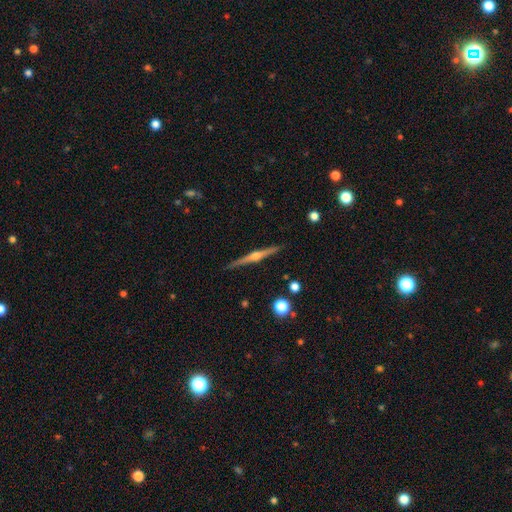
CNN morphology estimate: A featured or disk galaxy (81%) viewed edge-on (98%) with a rounded central bulge (89%).

Vote fractions:
- Smooth or featured? featured or disk: 81% / smooth: 13% / star or artifact: 6%
- Edge-on disk? yes: 98% / no: 2%
- Edge-on bulge? rounded: 89% / none: 5% / boxy: 5%
- Merging? none: 91% / minor disturbance: 6% / major disturbance: 1% / merger: 1%